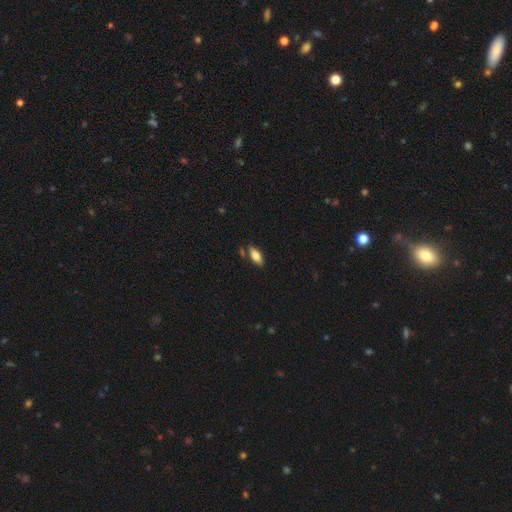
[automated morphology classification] Smooth or featured: smooth — 62% (featured or disk — 31%)
How rounded: in between — 77% (cigar-shaped — 20%)
Merging: none — 79% (minor disturbance — 13%)